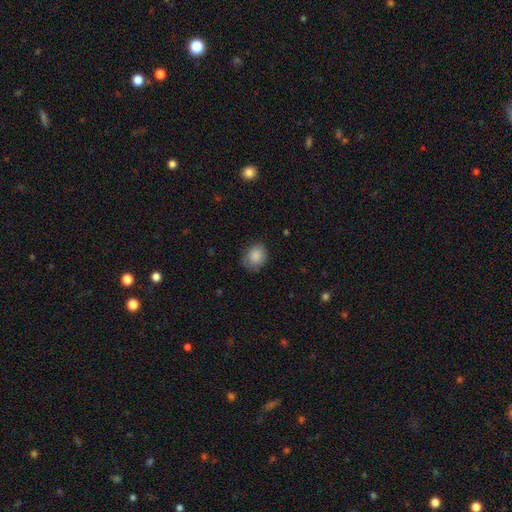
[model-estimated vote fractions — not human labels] smooth_or_featured: smooth (p=0.86) [alt: star or artifact p=0.08]
how_rounded: round (p=0.57) [alt: in between p=0.42]
merging: none (p=0.74) [alt: minor disturbance p=0.21]